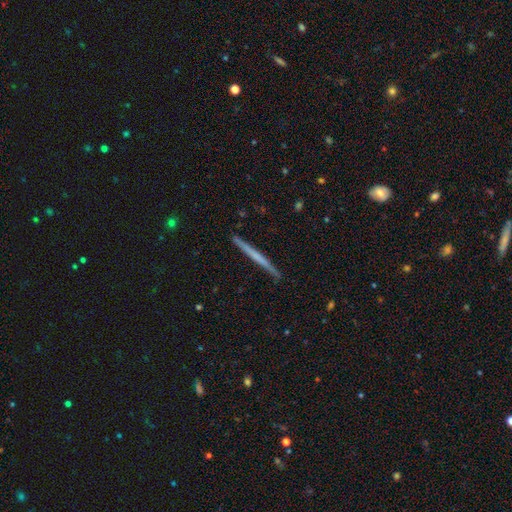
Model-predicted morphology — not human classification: Smooth or featured?
  - featured or disk: 50% *
  - smooth: 45%
  - star or artifact: 6%
Merging?
  - none: 91% *
  - minor disturbance: 6%
  - major disturbance: 1%
  - merger: 1%